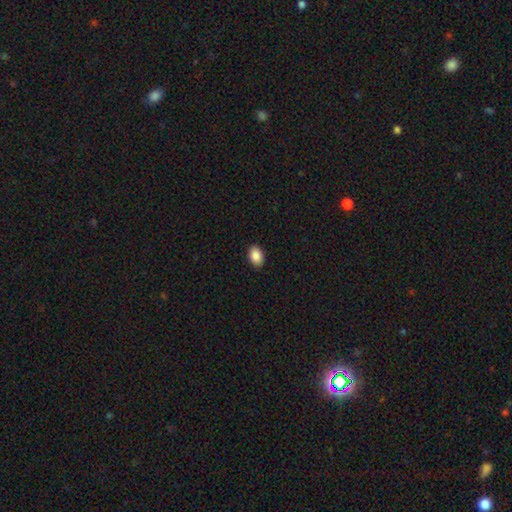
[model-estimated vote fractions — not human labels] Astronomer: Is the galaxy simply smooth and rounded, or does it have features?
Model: smooth — 89%.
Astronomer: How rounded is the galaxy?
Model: in between — 85%.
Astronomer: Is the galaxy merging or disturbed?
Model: none — 90%.